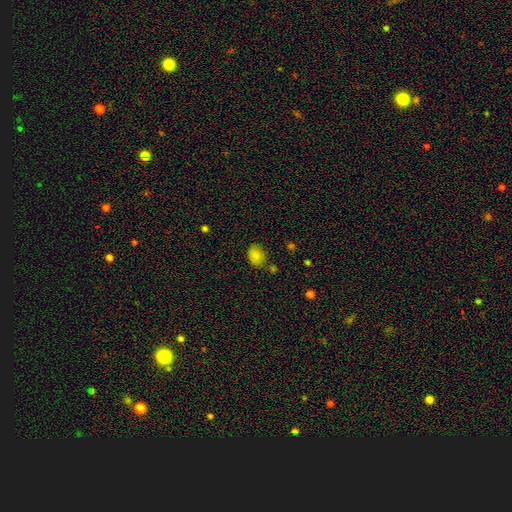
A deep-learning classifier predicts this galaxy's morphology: The model was most divided on "how rounded": in between: 56%, round: 44%, cigar-shaped: 1%. More confident: smooth or featured — smooth (83%); merging — none (74%).